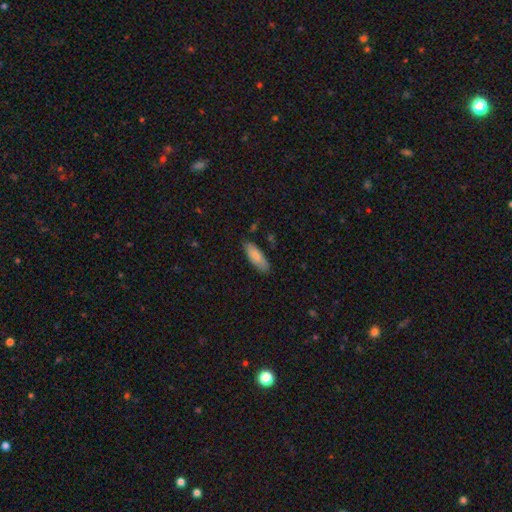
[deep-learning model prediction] Smooth or featured? smooth (82%)
How rounded? in between (69%)
Merging? none (80%)